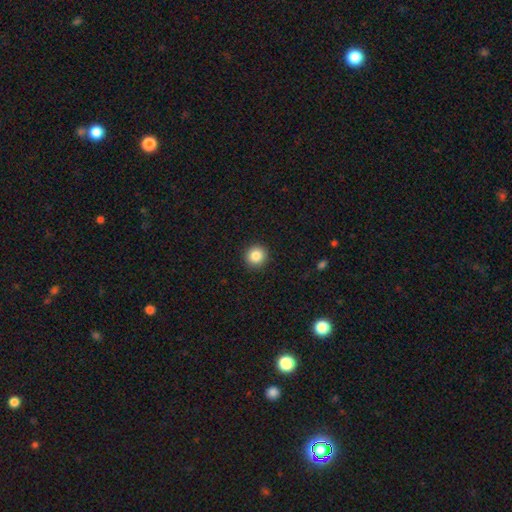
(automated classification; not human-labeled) Smooth or featured: smooth — 86% (star or artifact — 9%)
How rounded: round — 93% (in between — 6%)
Merging: none — 93% (minor disturbance — 5%)